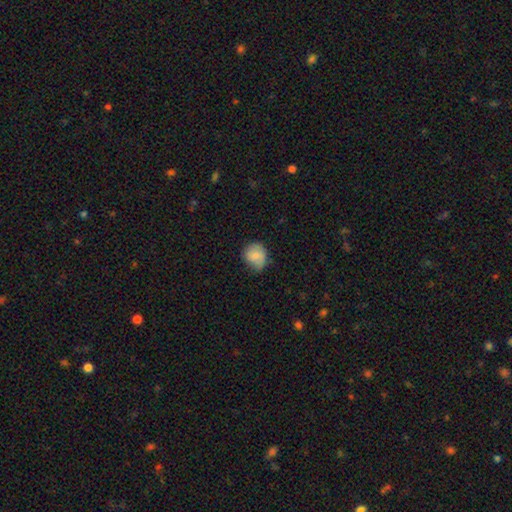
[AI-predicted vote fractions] Morphology: type=smooth (78%); roundness=round (73%); merging=none (57%).